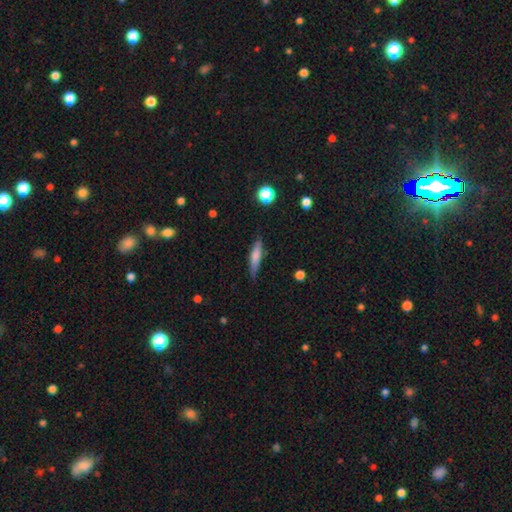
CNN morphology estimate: A smooth galaxy with no disk features (65%) that is cigar-shaped (82%). Merging: none (81%).